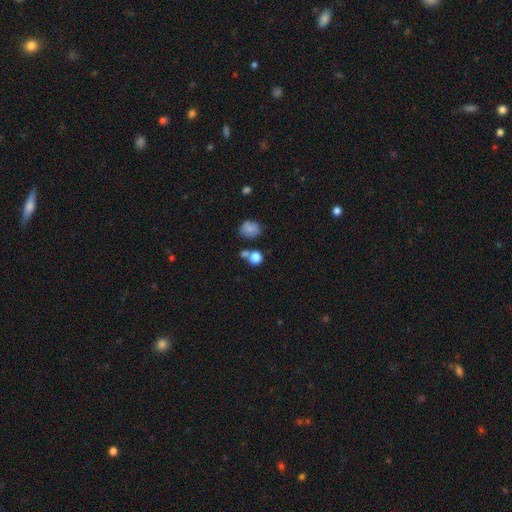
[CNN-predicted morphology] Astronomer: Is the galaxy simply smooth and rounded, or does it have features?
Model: smooth — 82%.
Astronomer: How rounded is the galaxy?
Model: round — 77%.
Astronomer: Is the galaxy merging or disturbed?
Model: none — 51% (runner-up: merger, 32%).